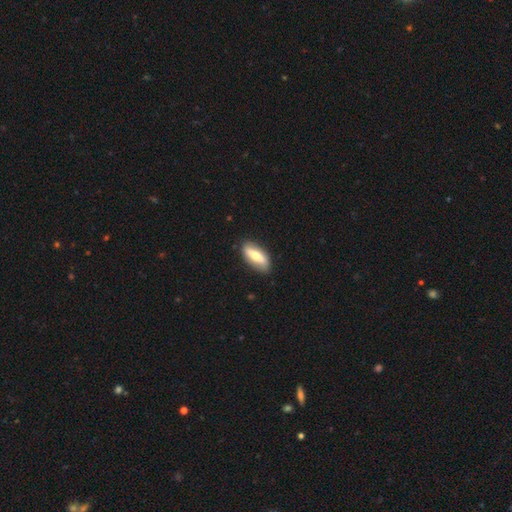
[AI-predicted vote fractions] A smooth galaxy with no disk features (52%) that is in between round and cigar-shaped (73%). Merging: none (85%).